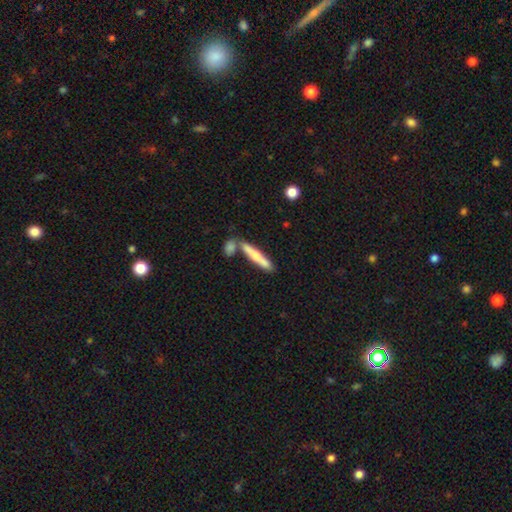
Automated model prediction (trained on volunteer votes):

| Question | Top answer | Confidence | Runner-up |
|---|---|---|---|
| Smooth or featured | smooth | 64% | featured or disk (31%) |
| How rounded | cigar-shaped | 90% | in between (8%) |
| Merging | none | 67% | merger (18%) |